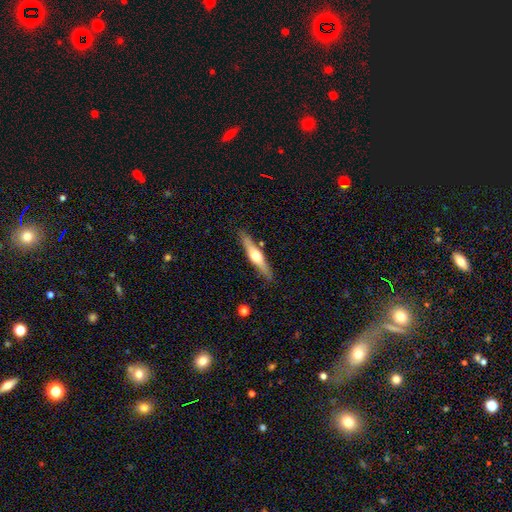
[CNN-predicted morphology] This is possibly a featured or disk galaxy (58%). It is clearly viewed edge-on (94%). Edge-on bulge: clearly rounded (92%). Merging: clearly none (86%).